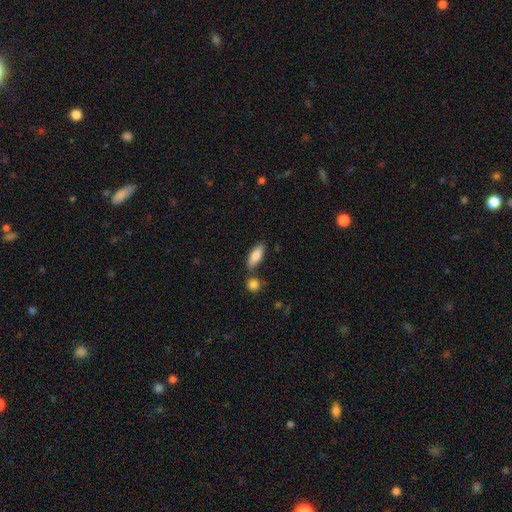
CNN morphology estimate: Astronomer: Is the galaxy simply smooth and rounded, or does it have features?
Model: smooth — 83%.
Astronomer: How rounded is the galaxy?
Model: in between — 69%.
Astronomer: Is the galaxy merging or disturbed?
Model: none — 72%.